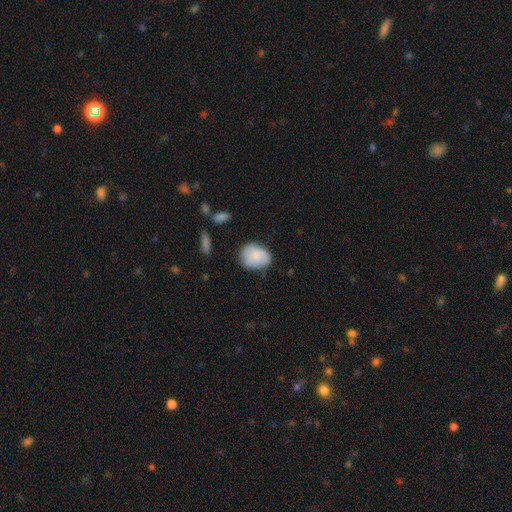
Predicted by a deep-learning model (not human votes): Overall: smooth (78%). How rounded: in between (53%; round 46%). Merging: none (69%).